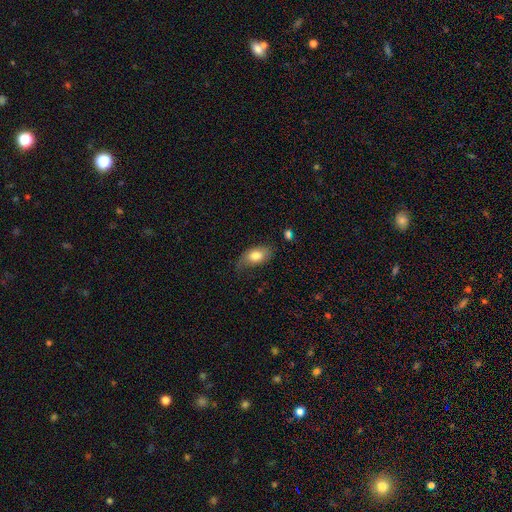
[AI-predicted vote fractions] Smooth or featured? Predicted: smooth (p=0.72). How rounded? Predicted: in between (p=0.90). Merging? Predicted: none (p=0.52).